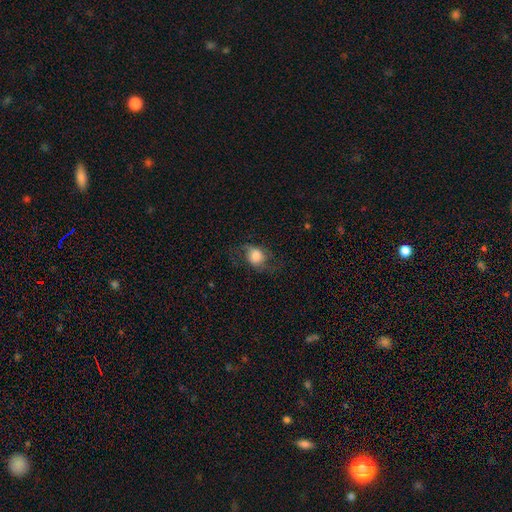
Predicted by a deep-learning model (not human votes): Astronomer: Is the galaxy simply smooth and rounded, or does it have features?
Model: smooth — 60%.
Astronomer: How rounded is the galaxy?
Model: round — 52% (runner-up: in between, 46%).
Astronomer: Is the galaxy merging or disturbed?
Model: none — 58%.